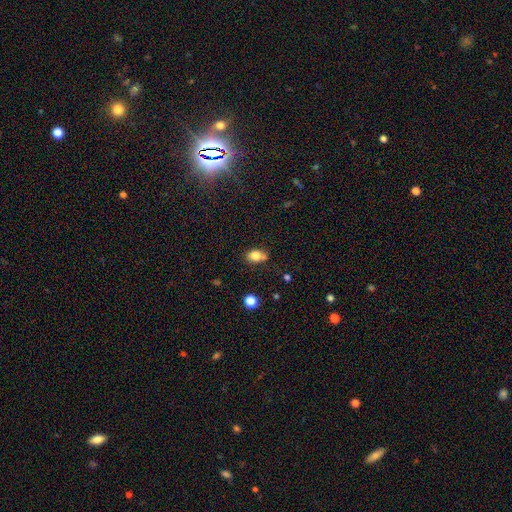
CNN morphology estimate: Smooth or featured? smooth (82%)
How rounded? in between (65%)
Merging? none (57%)